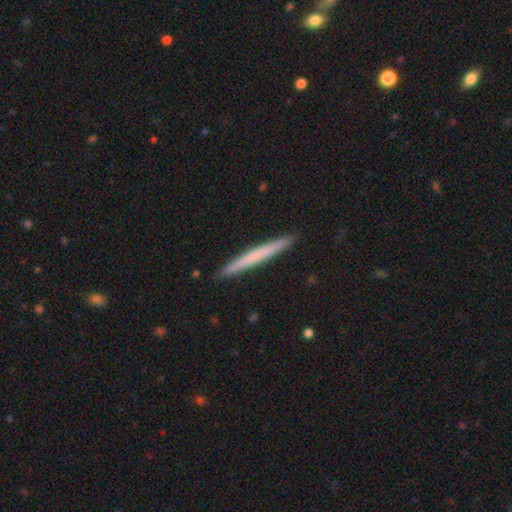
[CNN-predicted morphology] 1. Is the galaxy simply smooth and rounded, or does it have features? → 58% smooth, 36% featured or disk, 6% star or artifact.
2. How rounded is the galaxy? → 97% cigar-shaped, 2% in between, 1% round.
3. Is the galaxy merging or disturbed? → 92% none, 6% minor disturbance, 1% major disturbance, 1% merger.